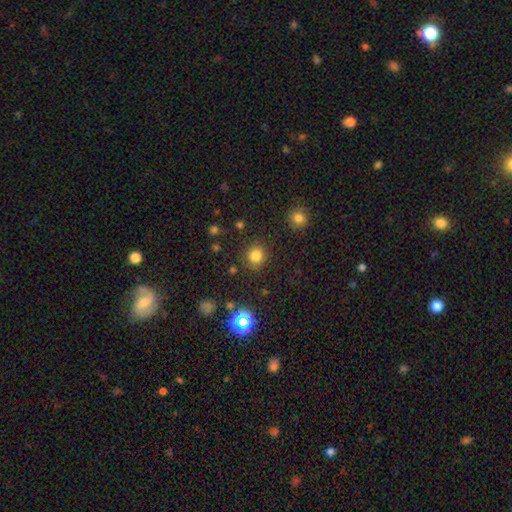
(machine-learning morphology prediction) Smooth or featured? smooth (80%)
How rounded? round (90%)
Merging? none (88%)